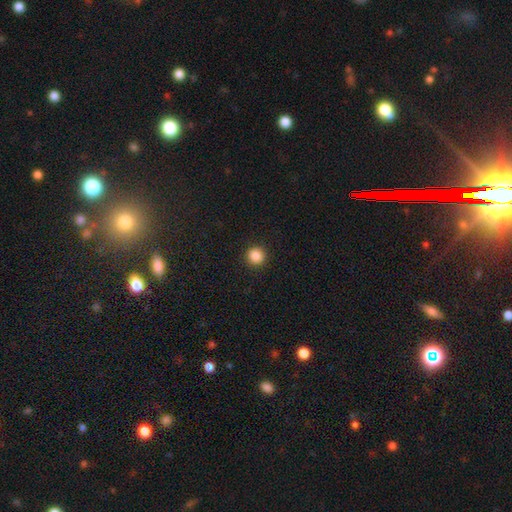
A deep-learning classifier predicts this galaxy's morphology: This appears to be a smooth galaxy with no disk features (87%) that is round (94%). Merging: none (93%).